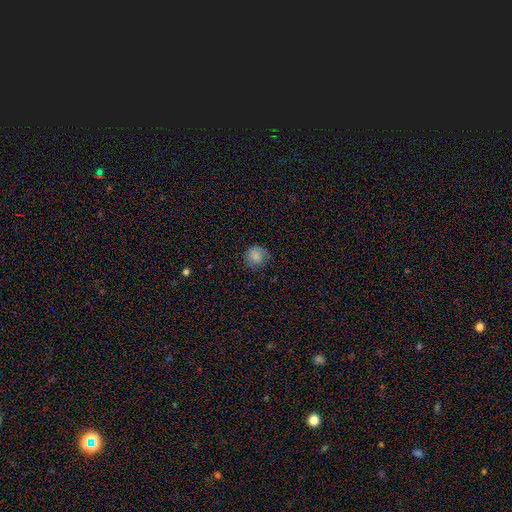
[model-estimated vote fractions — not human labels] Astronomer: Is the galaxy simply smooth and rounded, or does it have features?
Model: smooth — 82%.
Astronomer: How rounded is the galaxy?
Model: round — 86%.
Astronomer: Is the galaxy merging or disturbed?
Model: none — 75%.